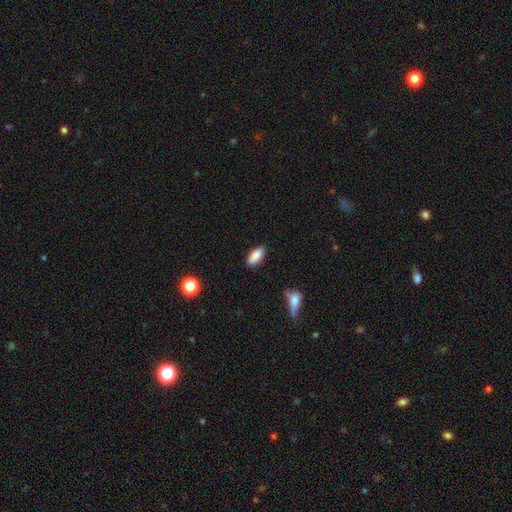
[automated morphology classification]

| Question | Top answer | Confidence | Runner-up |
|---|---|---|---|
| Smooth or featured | smooth | 87% | star or artifact (7%) |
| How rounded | in between | 86% | cigar-shaped (12%) |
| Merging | none | 85% | minor disturbance (11%) |